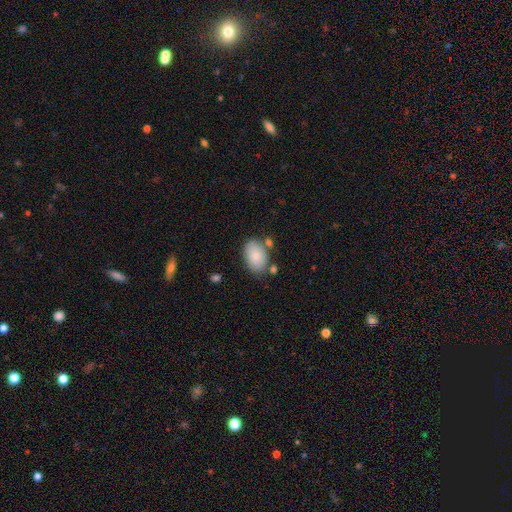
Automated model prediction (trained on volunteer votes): The model was most divided on "merging": none: 73%, minor disturbance: 16%, merger: 7%, major disturbance: 4%. More confident: how rounded — in between (90%); smooth or featured — smooth (84%).